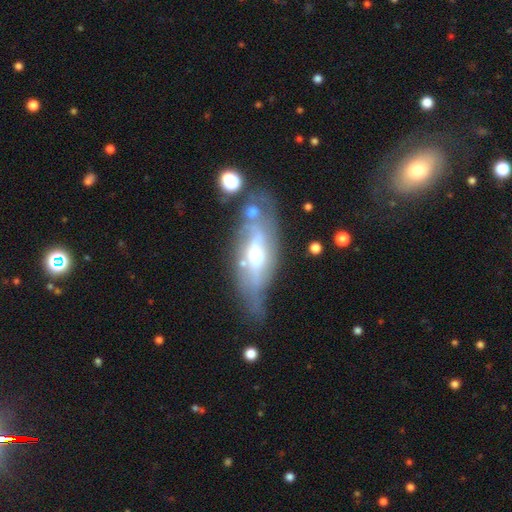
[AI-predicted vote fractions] The model was most divided on "merging": none: 51%, minor disturbance: 25%, major disturbance: 14%, merger: 10%. More confident: smooth or featured — featured or disk (70%); edge-on disk — no (66%).